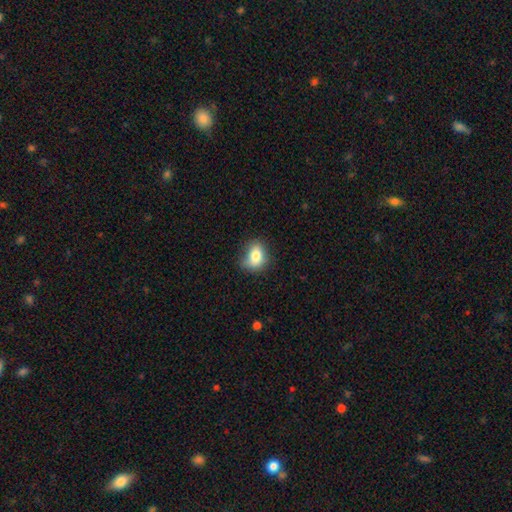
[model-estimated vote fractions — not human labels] smooth_or_featured: smooth (p=0.80) [alt: featured or disk p=0.11]
how_rounded: in between (p=0.65) [alt: round p=0.34]
merging: none (p=0.60) [alt: minor disturbance p=0.30]